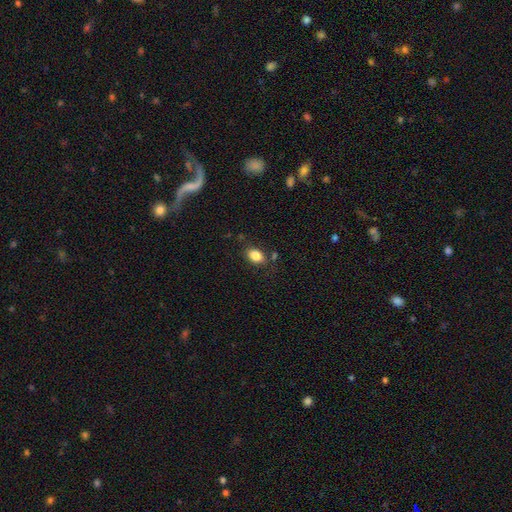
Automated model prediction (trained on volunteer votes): This appears to be a smooth galaxy with no disk features (84%) that is in between round and cigar-shaped (81%). Merging: none (78%).